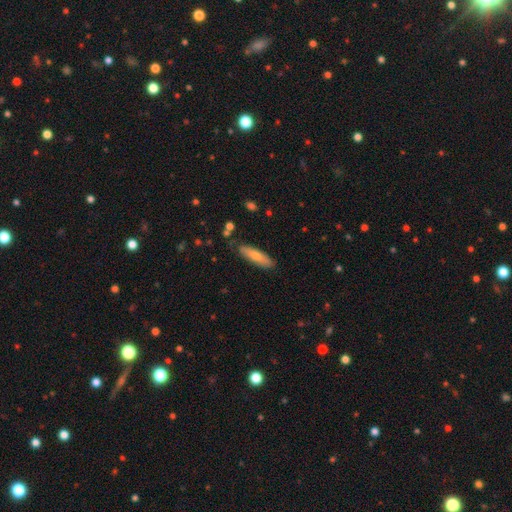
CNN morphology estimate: This appears to be a smooth galaxy with no disk features (74%) that is cigar-shaped (63%). Merging: none (81%).